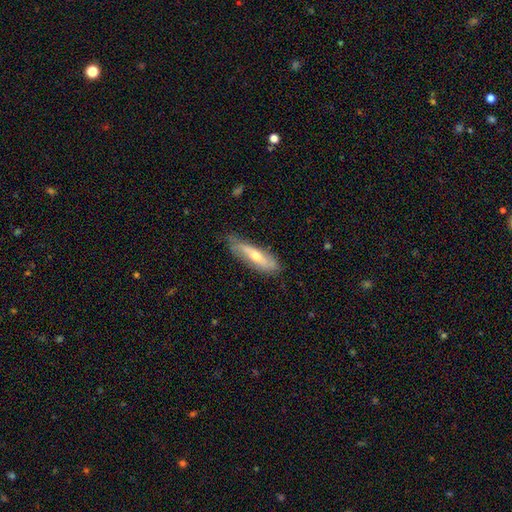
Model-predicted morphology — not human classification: smooth_or_featured: featured or disk (p=0.50) [alt: smooth p=0.44]
merging: none (p=0.73) [alt: minor disturbance p=0.22]